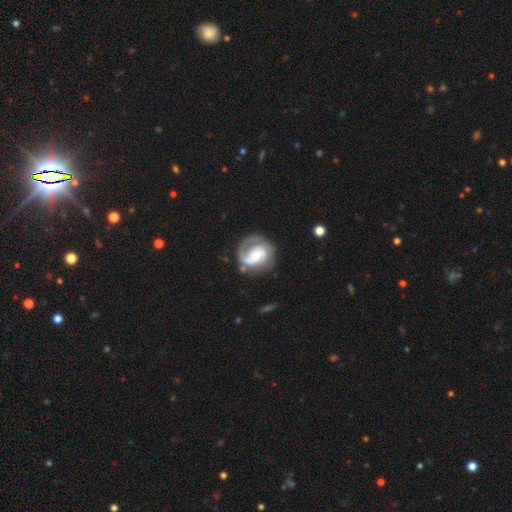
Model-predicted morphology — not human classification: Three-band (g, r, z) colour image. It shows a featured or disk galaxy (85%) with no bar (54%), 2 (45%) tight (50%) spiral arms (94%) and a moderate central bulge (58%). Merging: none (66%).